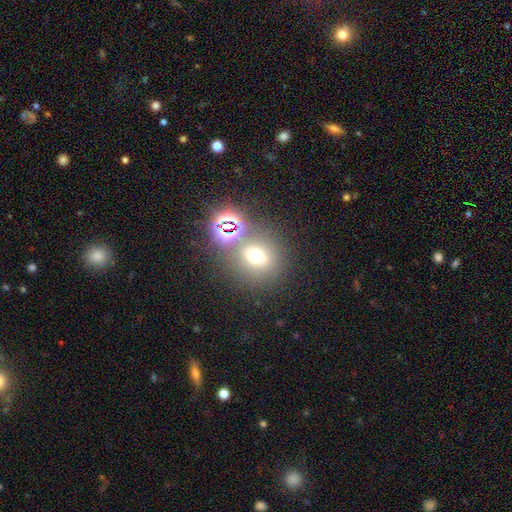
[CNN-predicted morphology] This is possibly a smooth galaxy (59%). How rounded: likely round (75%). Merging: likely none (67%).